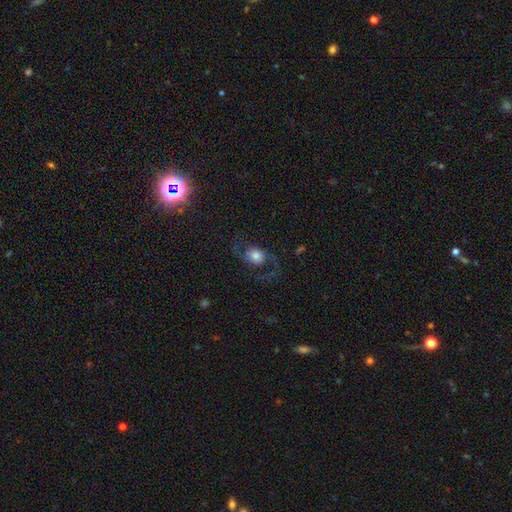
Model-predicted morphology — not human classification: Smooth or featured: featured or disk — 61% (smooth — 30%)
Edge-on disk: no — 95% (yes — 5%)
Bar: no — 72% (weak — 22%)
Spiral arms: yes — 87% (no — 13%)
Spiral winding: loose — 59% (medium — 34%)
Spiral arm count: 2 — 90% (1 — 4%)
Bulge size: moderate — 41% (large — 36%)
Merging: none — 64% (major disturbance — 19%)